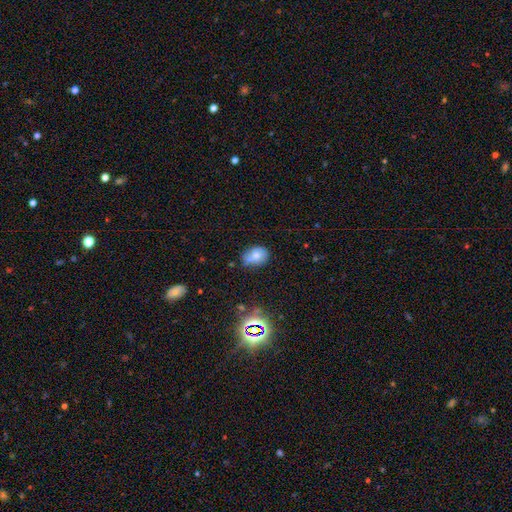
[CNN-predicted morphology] A smooth galaxy with no disk features (65%) that is in between round and cigar-shaped (66%).

Vote fractions:
- Smooth or featured? smooth: 65% / featured or disk: 22% / star or artifact: 14%
- How rounded? in between: 66% / round: 32% / cigar-shaped: 1%
- Merging? none: 54% / minor disturbance: 31% / merger: 9% / major disturbance: 7%